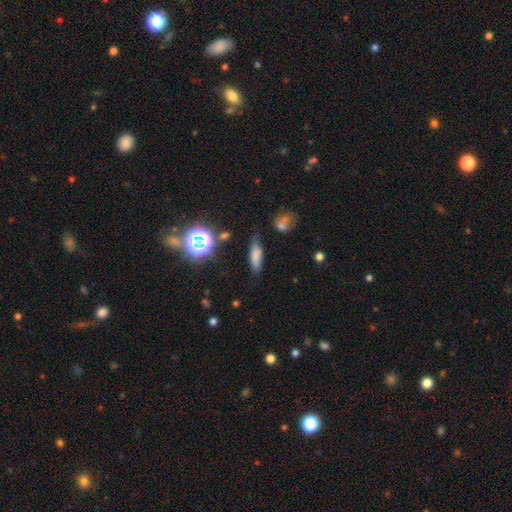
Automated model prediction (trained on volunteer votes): A smooth galaxy with no disk features (72%) that is cigar-shaped (50%).

Vote fractions:
- Smooth or featured? smooth: 72% / star or artifact: 16% / featured or disk: 12%
- How rounded? cigar-shaped: 50% / in between: 45% / round: 5%
- Merging? none: 66% / minor disturbance: 22% / major disturbance: 7% / merger: 6%